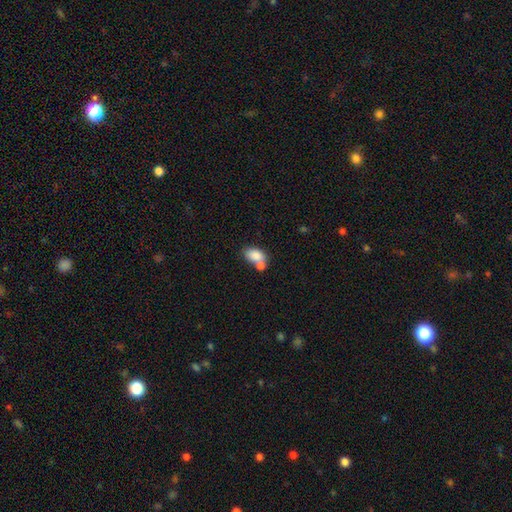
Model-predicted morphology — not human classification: smooth_or_featured: smooth (p=0.82) [alt: featured or disk p=0.09]
how_rounded: in between (p=0.87) [alt: round p=0.11]
merging: none (p=0.42) [alt: merger p=0.41]